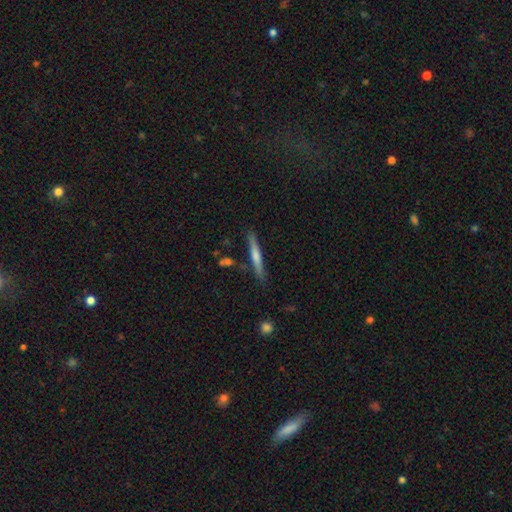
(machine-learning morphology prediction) The model was most divided on "smooth or featured": featured or disk: 56%, smooth: 37%, star or artifact: 7%. More confident: edge-on disk — yes (97%); merging — none (86%); edge-on bulge — rounded (62%).